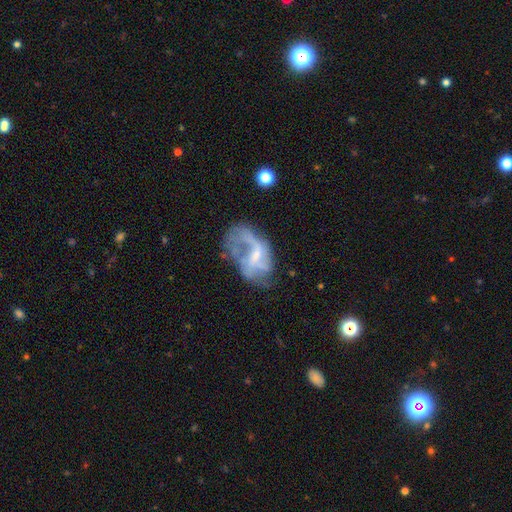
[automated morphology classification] Overall: featured or disk (69%). Edge-on disk: no (97%). Bar: no (45%; weak 43%). Spiral arms: yes (63%; no 37%). Bulge size: small (51%; moderate 23%). Merging: major disturbance (37%; none 34%).